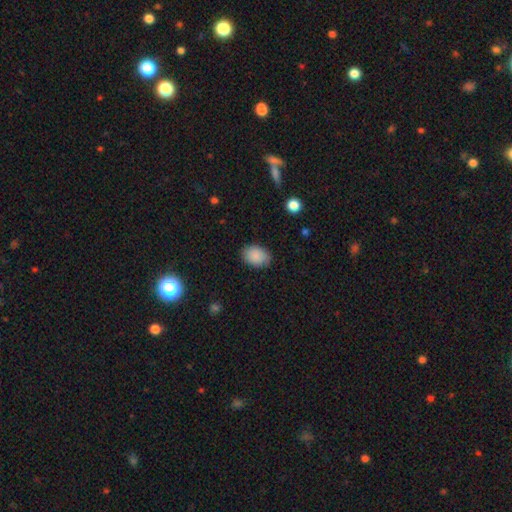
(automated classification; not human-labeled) smooth_or_featured: smooth (p=0.88) [alt: star or artifact p=0.08]
how_rounded: in between (p=0.78) [alt: round p=0.21]
merging: none (p=0.82) [alt: minor disturbance p=0.14]